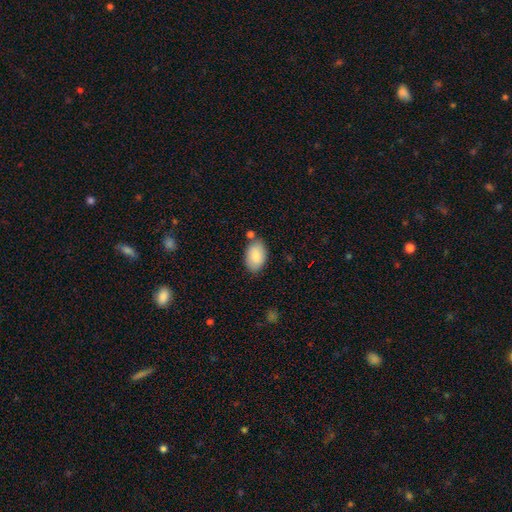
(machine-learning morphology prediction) Overall: smooth (87%). How rounded: in between (92%). Merging: none (74%).